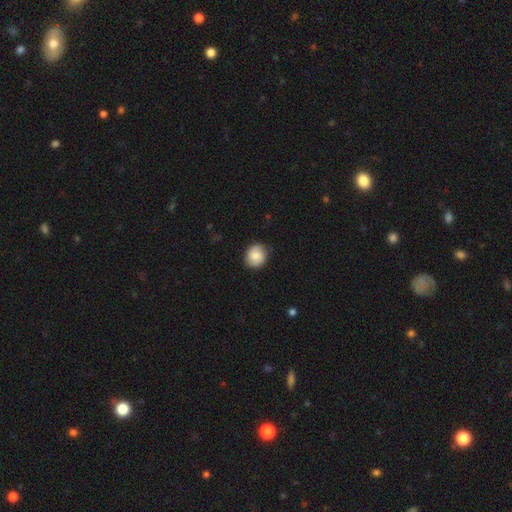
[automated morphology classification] The model was most divided on "how rounded": round: 71%, in between: 28%, cigar-shaped: 1%. More confident: merging — none (83%); smooth or featured — smooth (78%).